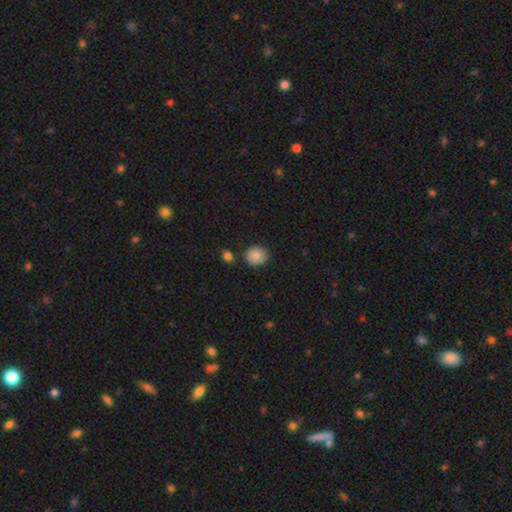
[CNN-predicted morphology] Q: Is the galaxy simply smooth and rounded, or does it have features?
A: smooth — 86%.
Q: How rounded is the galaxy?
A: round — 70%.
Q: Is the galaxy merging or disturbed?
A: none — 81%.